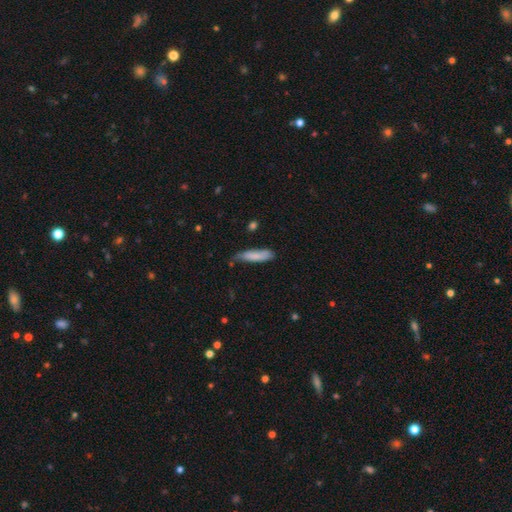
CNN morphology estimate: A smooth galaxy with no disk features (81%) that is cigar-shaped (75%).

Vote fractions:
- Smooth or featured? smooth: 81% / featured or disk: 13% / star or artifact: 6%
- How rounded? cigar-shaped: 75% / in between: 23% / round: 1%
- Merging? none: 59% / minor disturbance: 32% / major disturbance: 6% / merger: 3%